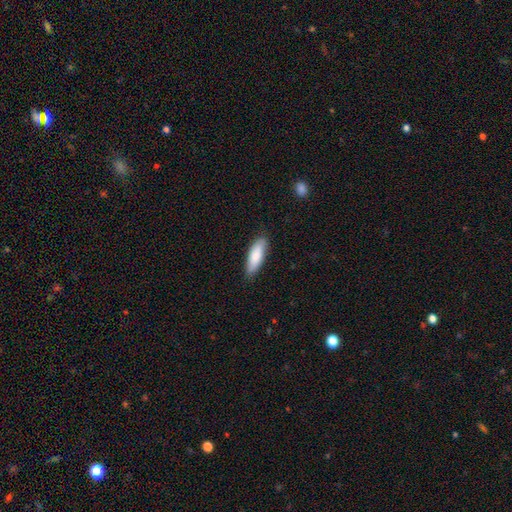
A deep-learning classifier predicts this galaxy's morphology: A smooth galaxy with no disk features (82%) that is in between round and cigar-shaped (53%).

Vote fractions:
- Smooth or featured? smooth: 82% / featured or disk: 12% / star or artifact: 5%
- How rounded? in between: 53% / cigar-shaped: 45% / round: 2%
- Merging? none: 83% / minor disturbance: 14% / major disturbance: 2% / merger: 1%